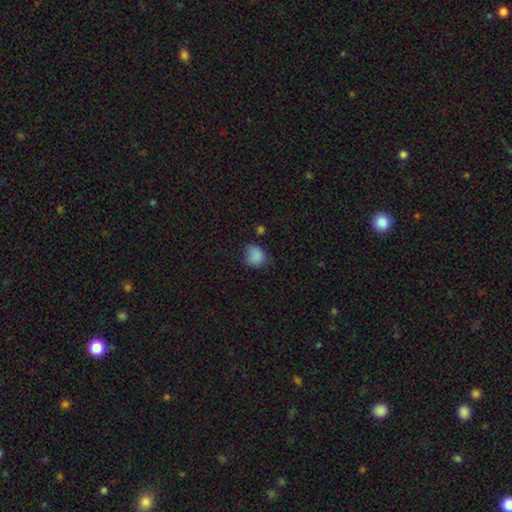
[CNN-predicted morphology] This appears to be a smooth galaxy with no disk features (84%) that is round (63%). Merging: none (59%).